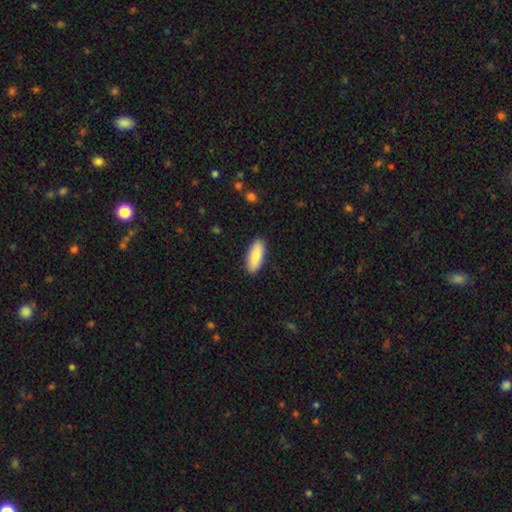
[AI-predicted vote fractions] A smooth galaxy with no disk features (83%) that is in between round and cigar-shaped (73%). Merging: none (89%).